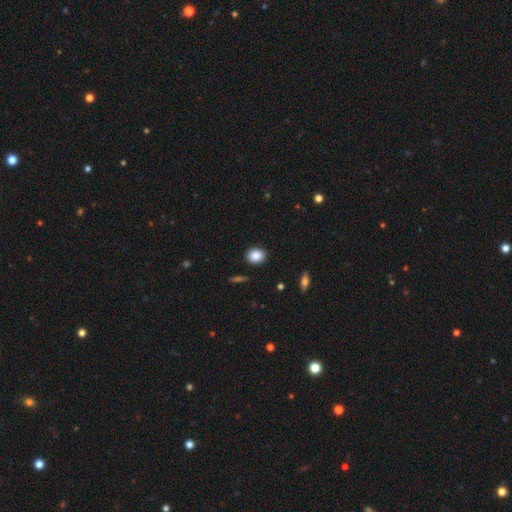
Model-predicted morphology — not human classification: A smooth galaxy with no disk features (87%) that is in between round and cigar-shaped (52%). Merging: none (88%).